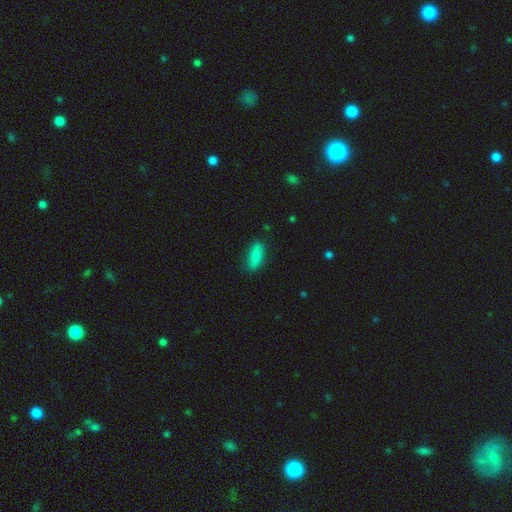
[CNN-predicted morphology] smooth-or-featured: smooth: 85% | featured or disk: 8% | star or artifact: 7%
  how-rounded: in between: 73% | cigar-shaped: 24% | round: 3%
  merging: none: 78% | minor disturbance: 17% | major disturbance: 4% | merger: 2%